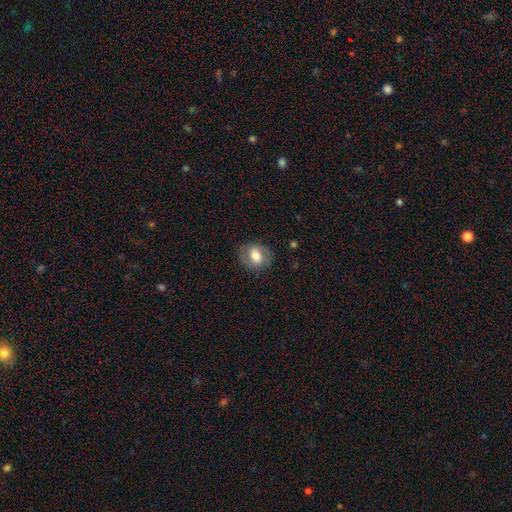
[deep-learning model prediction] smooth 58%, featured or disk 34%, star or artifact 8%. Down the decision tree: how rounded — in between (52%); merging — none (79%).